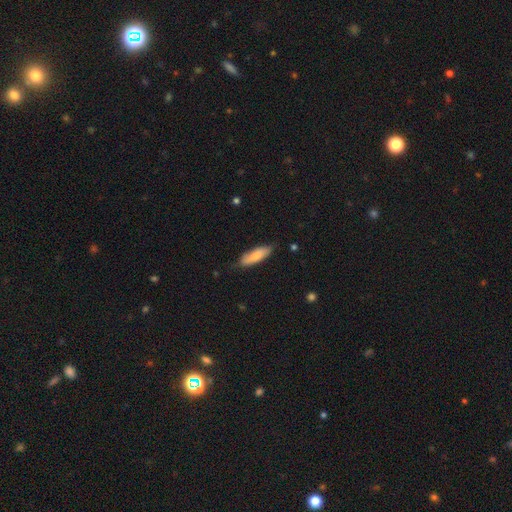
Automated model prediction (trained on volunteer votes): A smooth galaxy with no disk features (82%) that is cigar-shaped (50%).

Vote fractions:
- Smooth or featured? smooth: 82% / featured or disk: 12% / star or artifact: 6%
- How rounded? cigar-shaped: 50% / in between: 49% / round: 2%
- Merging? none: 77% / minor disturbance: 19% / major disturbance: 3% / merger: 1%